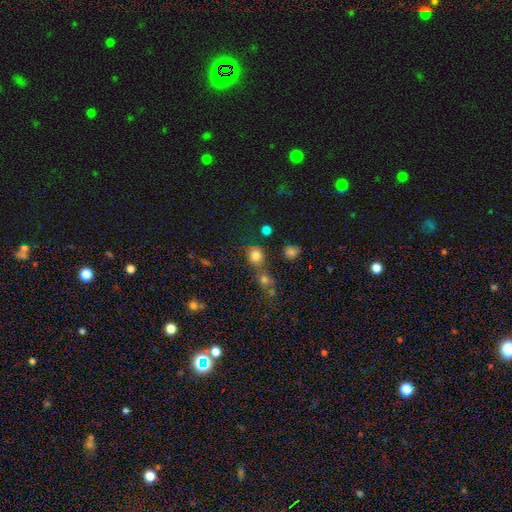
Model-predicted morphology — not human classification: Smooth or featured: smooth — 79% (star or artifact — 15%)
How rounded: round — 81% (in between — 17%)
Merging: none — 68% (merger — 17%)